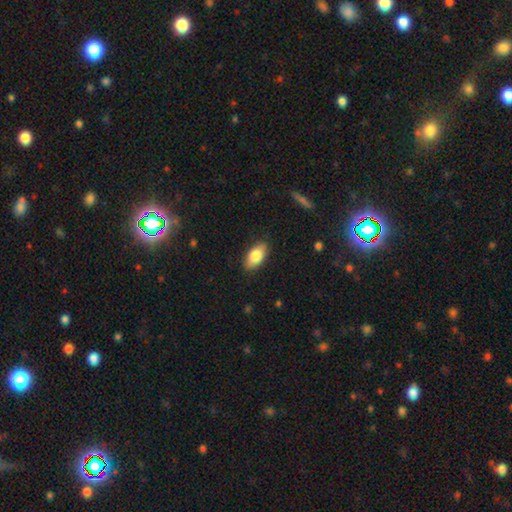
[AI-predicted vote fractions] Smooth or featured?
  - smooth: 83% *
  - featured or disk: 11%
  - star or artifact: 6%
How rounded?
  - in between: 92% *
  - cigar-shaped: 4%
  - round: 4%
Merging?
  - none: 85% *
  - minor disturbance: 11%
  - major disturbance: 2%
  - merger: 1%